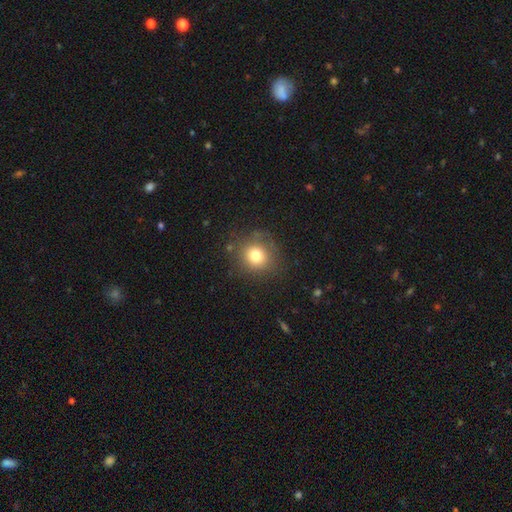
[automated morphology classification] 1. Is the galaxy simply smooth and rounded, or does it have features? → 77% smooth, 13% star or artifact, 10% featured or disk.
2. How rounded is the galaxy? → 86% round, 13% in between, 1% cigar-shaped.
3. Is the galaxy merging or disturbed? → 83% none, 11% minor disturbance, 4% major disturbance, 2% merger.